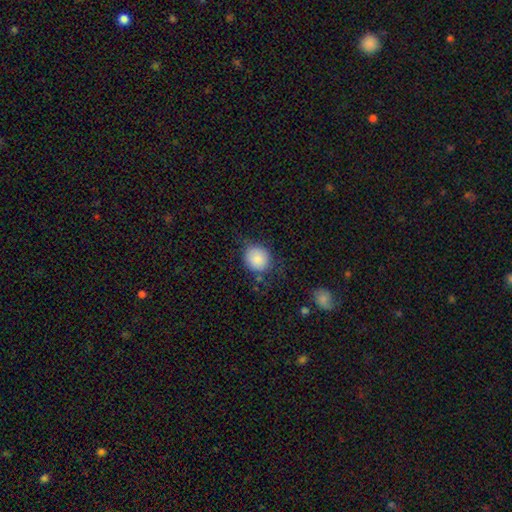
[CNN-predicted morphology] smooth 83%, star or artifact 10%, featured or disk 7%. Down the decision tree: how rounded — round (84%); merging — none (74%).